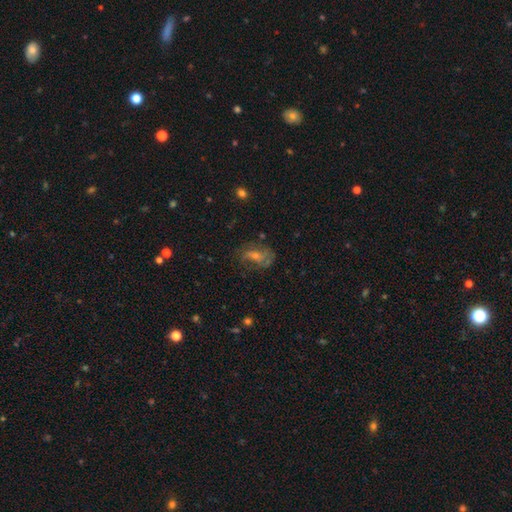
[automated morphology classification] Q: Smooth or featured?
A: featured or disk (53%); runner-up: smooth (28%)
Q: Edge-on disk?
A: no (93%); runner-up: yes (7%)
Q: Merging?
A: none (60%); runner-up: minor disturbance (22%)